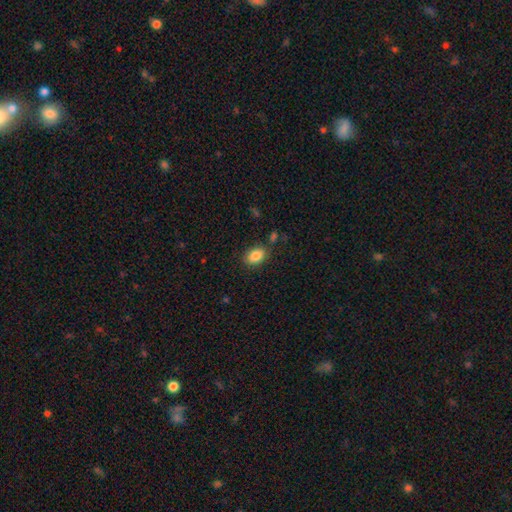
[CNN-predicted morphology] Overall: smooth (87%). How rounded: in between (83%). Merging: none (80%).